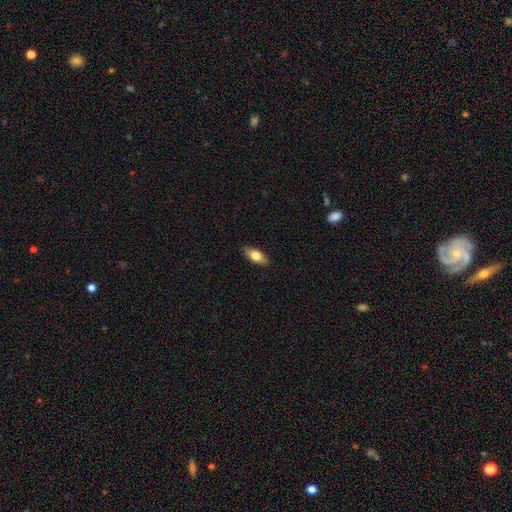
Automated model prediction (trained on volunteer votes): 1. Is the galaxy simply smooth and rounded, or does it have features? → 77% smooth, 17% featured or disk, 6% star or artifact.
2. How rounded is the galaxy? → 84% in between, 13% cigar-shaped, 3% round.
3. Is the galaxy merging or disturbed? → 88% none, 9% minor disturbance, 2% major disturbance, 1% merger.